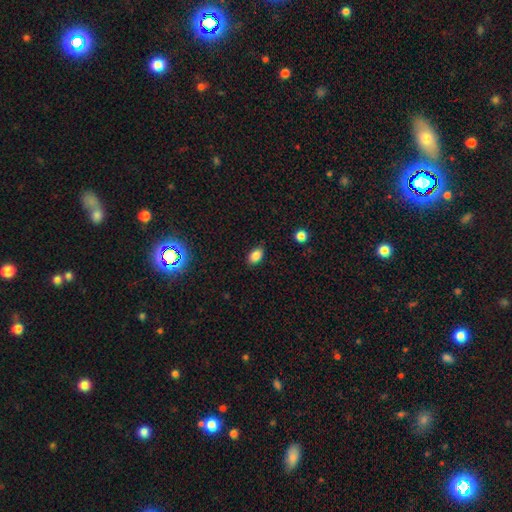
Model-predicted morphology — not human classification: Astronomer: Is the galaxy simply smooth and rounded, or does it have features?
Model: smooth — 85%.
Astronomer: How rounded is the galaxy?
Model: in between — 87%.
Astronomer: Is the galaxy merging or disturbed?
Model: none — 86%.